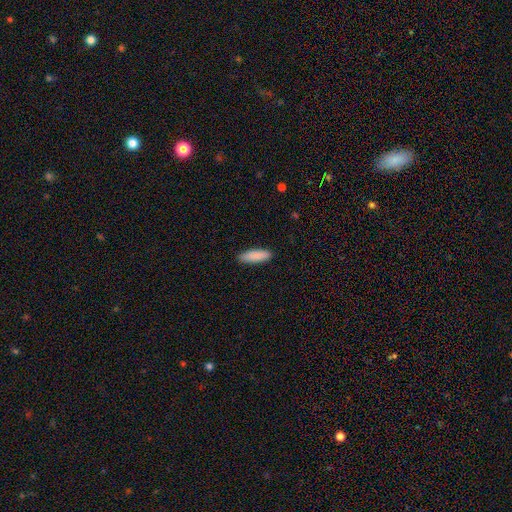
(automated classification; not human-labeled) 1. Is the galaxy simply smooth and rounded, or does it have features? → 89% smooth, 6% star or artifact, 5% featured or disk.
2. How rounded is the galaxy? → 51% cigar-shaped, 48% in between, 2% round.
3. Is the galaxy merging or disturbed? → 89% none, 8% minor disturbance, 2% major disturbance, 1% merger.